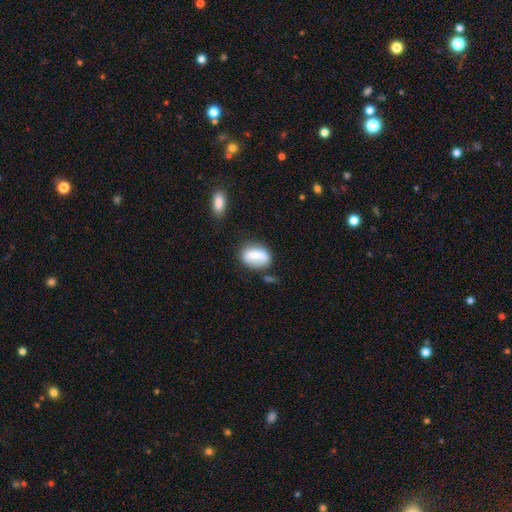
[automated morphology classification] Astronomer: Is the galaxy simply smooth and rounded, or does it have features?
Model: smooth — 72%.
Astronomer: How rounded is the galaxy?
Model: in between — 79%.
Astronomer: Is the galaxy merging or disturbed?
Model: none — 60%.